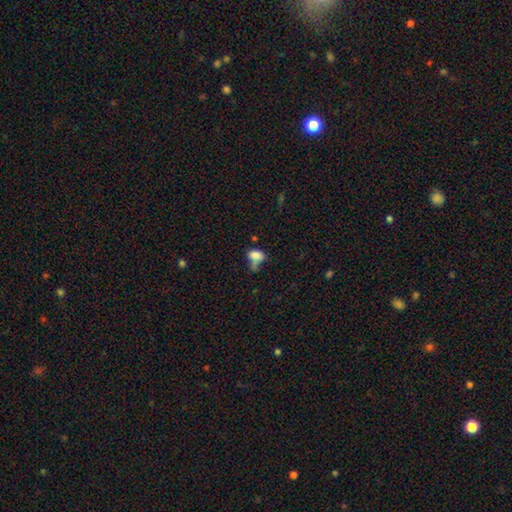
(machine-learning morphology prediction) This is likely a smooth galaxy (76%). How rounded: clearly in between (83%). Merging: marginally merger (32%).